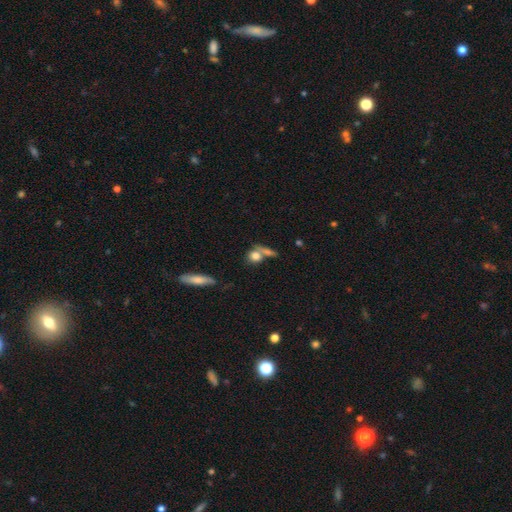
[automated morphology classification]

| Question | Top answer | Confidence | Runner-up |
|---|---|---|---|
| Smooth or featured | smooth | 77% | featured or disk (13%) |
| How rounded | round | 60% | in between (30%) |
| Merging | none | 49% | merger (35%) |